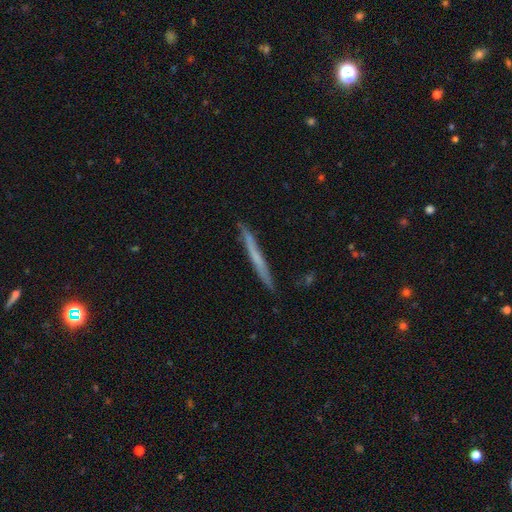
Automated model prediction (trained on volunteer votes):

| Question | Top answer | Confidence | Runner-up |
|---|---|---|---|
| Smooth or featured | smooth | 47% | featured or disk (46%) |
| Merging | none | 90% | minor disturbance (7%) |